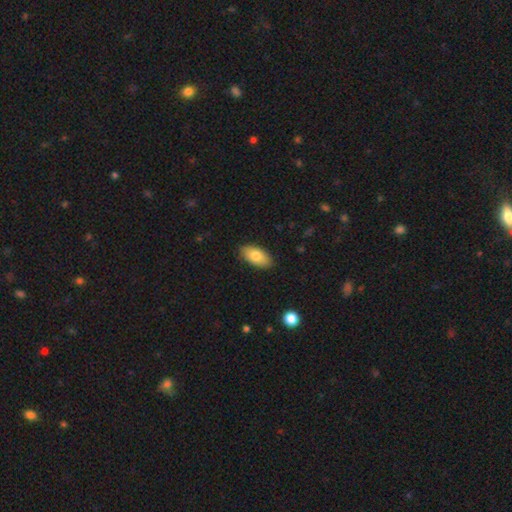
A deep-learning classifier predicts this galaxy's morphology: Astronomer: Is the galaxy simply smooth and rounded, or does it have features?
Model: smooth — 81%.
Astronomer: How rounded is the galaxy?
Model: in between — 93%.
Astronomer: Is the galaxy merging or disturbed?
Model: none — 88%.